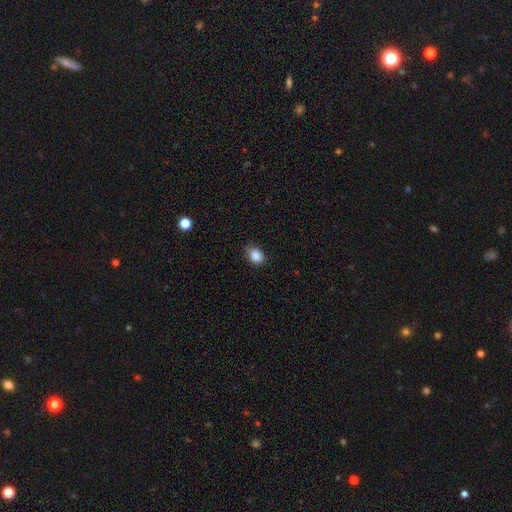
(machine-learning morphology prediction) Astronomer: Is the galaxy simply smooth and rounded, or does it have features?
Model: smooth — 87%.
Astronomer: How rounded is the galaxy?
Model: in between — 65%.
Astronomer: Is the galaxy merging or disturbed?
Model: none — 77%.